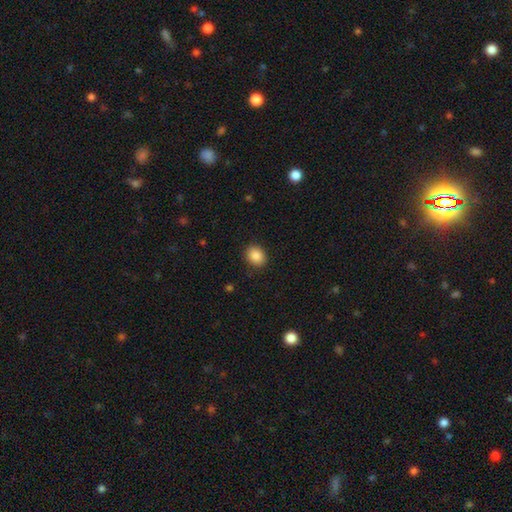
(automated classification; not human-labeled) smooth_or_featured: smooth (p=0.87) [alt: star or artifact p=0.09]
how_rounded: round (p=0.53) [alt: in between p=0.46]
merging: none (p=0.89) [alt: minor disturbance p=0.08]